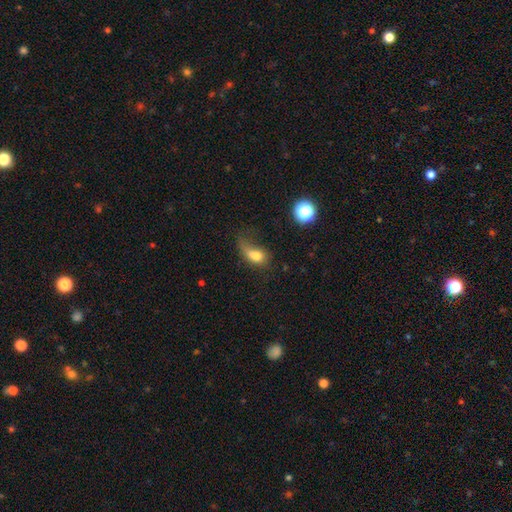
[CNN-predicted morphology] smooth-or-featured: smooth: 69% | featured or disk: 20% | star or artifact: 11%
  how-rounded: in between: 74% | round: 21% | cigar-shaped: 5%
  merging: major disturbance: 47% | minor disturbance: 22% | none: 22% | merger: 8%